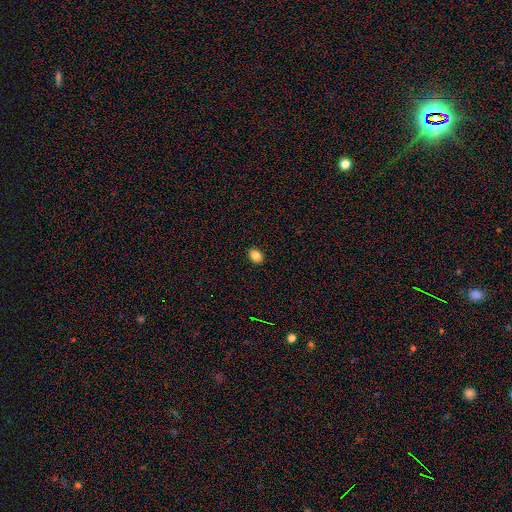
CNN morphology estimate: type=smooth (84%); roundness=in between (62%); merging=none (91%).